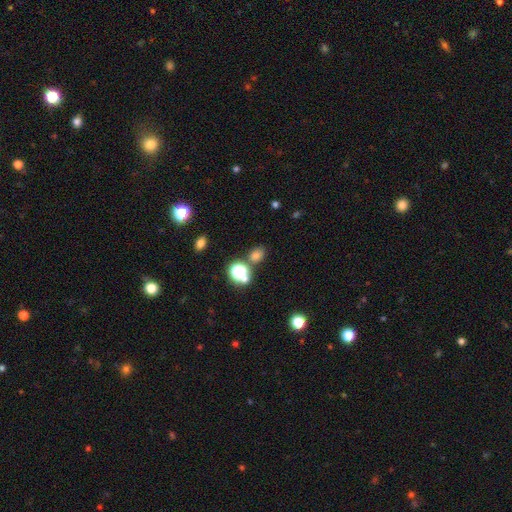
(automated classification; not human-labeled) A smooth galaxy with no disk features (69%) that is round (54%).

Vote fractions:
- Smooth or featured? smooth: 69% / star or artifact: 24% / featured or disk: 7%
- How rounded? round: 54% / in between: 44% / cigar-shaped: 1%
- Merging? none: 71% / merger: 14% / minor disturbance: 11% / major disturbance: 4%